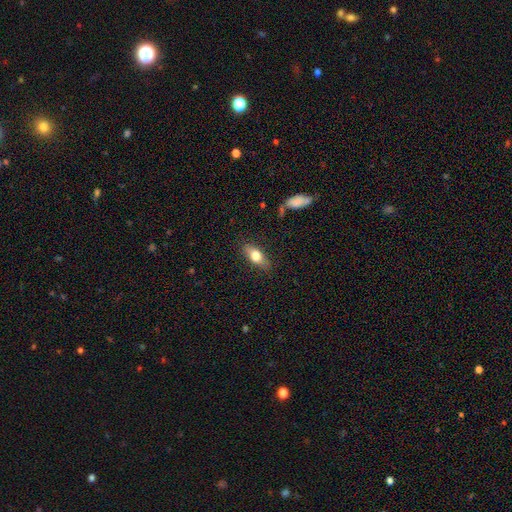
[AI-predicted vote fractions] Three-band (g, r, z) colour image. It shows a smooth galaxy with no disk features (67%) that is in between round and cigar-shaped (73%). Merging: none (83%).